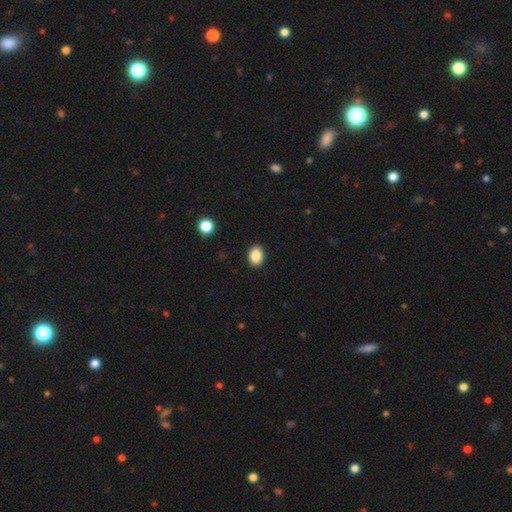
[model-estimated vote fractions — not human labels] smooth 88%, star or artifact 9%, featured or disk 3%. Down the decision tree: how rounded — in between (63%); merging — none (90%).